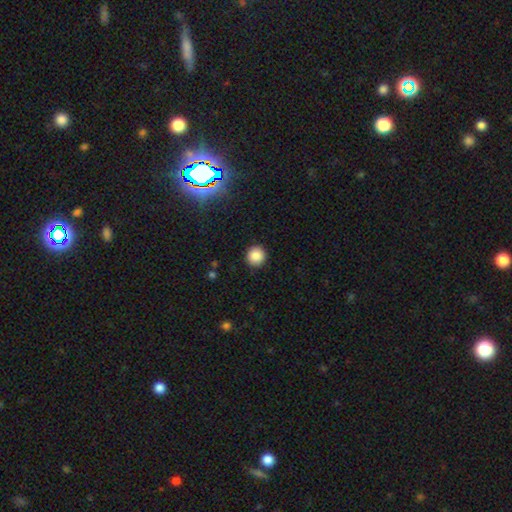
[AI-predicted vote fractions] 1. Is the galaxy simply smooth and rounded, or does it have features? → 86% smooth, 11% star or artifact, 4% featured or disk.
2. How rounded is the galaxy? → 94% round, 5% in between, 1% cigar-shaped.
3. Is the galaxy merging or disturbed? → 92% none, 5% minor disturbance, 2% major disturbance, 1% merger.